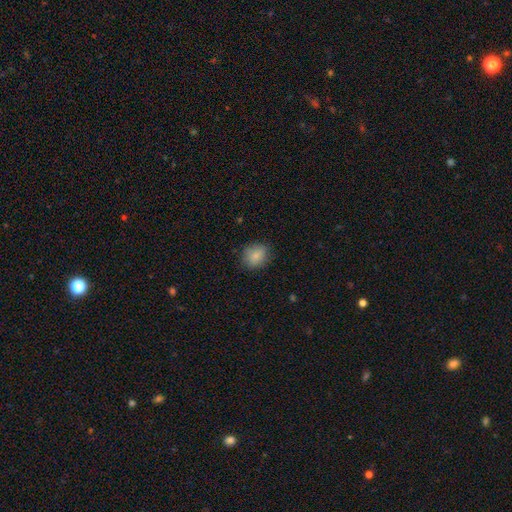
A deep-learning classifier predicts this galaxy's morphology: A smooth galaxy with no disk features (85%) that is round (67%). Merging: none (81%).